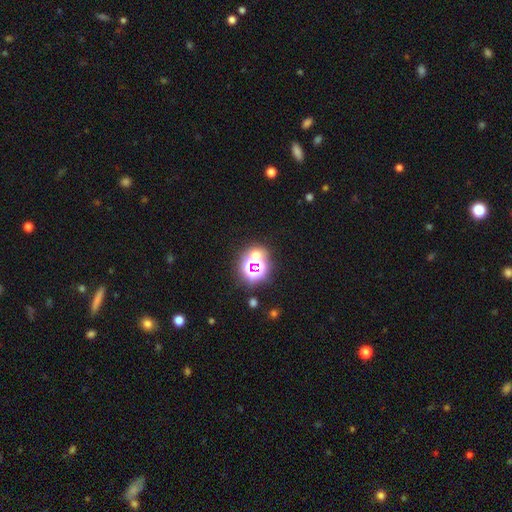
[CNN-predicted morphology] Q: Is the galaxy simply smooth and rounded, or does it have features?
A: star or artifact — 58%.